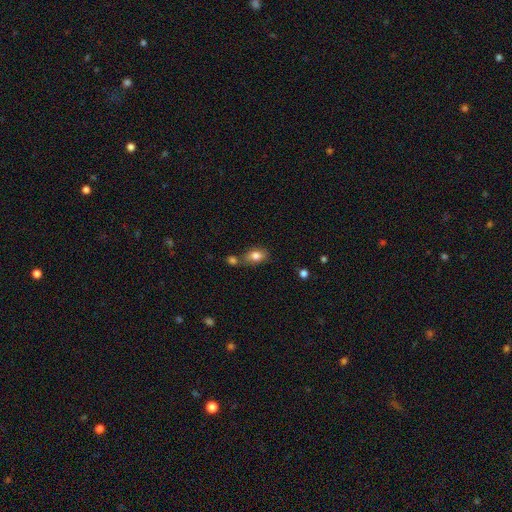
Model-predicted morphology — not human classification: Smooth or featured: smooth — 80% (featured or disk — 11%)
How rounded: in between — 82% (round — 15%)
Merging: none — 57% (merger — 23%)